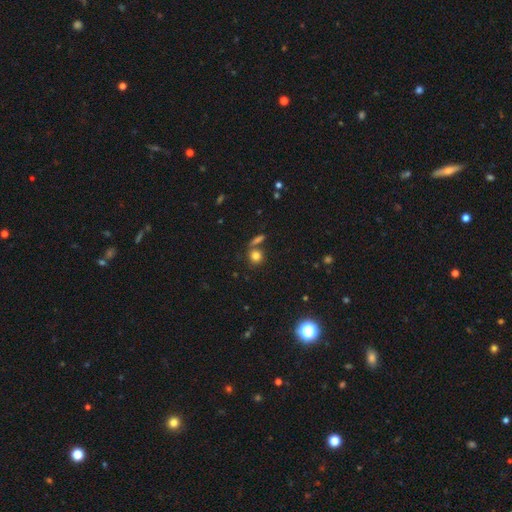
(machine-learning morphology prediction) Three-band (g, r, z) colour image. It shows a smooth galaxy with no disk features (80%) that is round (83%). Merging: none (65%).